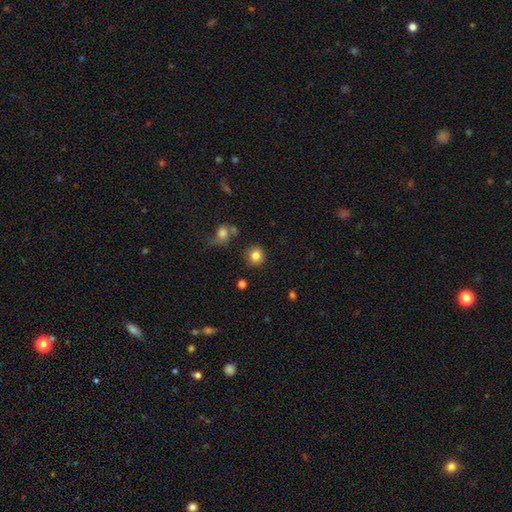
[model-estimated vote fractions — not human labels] Overall: smooth (83%). How rounded: round (92%). Merging: none (87%).